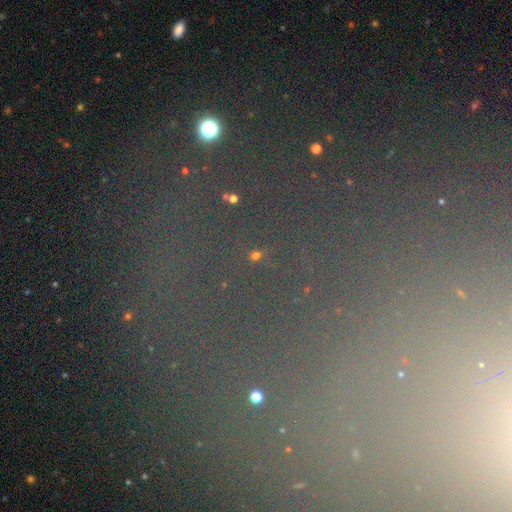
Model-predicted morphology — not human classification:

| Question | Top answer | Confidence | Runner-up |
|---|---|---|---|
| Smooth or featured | star or artifact | 70% | smooth (20%) |